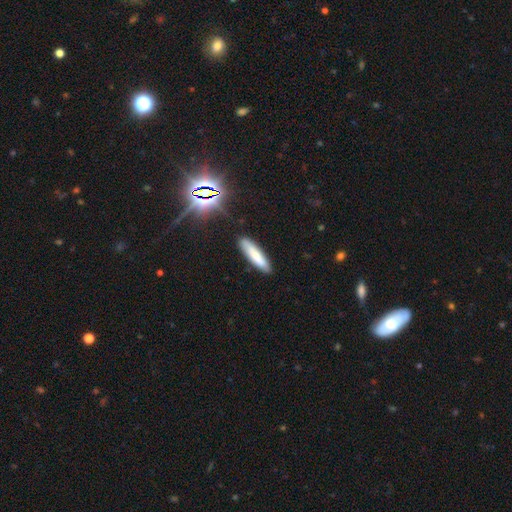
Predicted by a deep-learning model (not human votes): The model was most divided on "how rounded": cigar-shaped: 74%, in between: 25%, round: 1%. More confident: merging — none (85%); smooth or featured — smooth (73%).